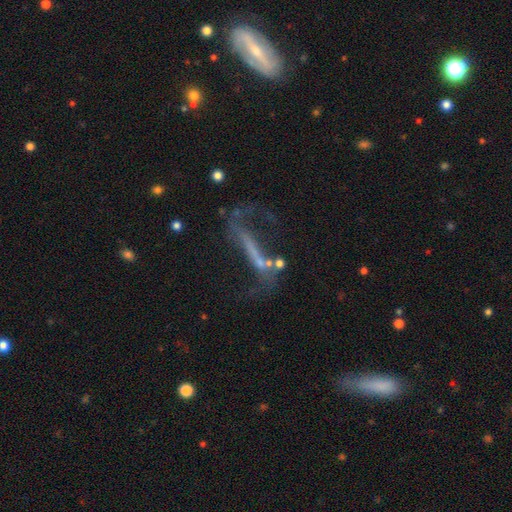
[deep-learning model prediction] smooth-or-featured: featured or disk: 65% | smooth: 20% | star or artifact: 16%
  disk-edge-on: no: 72% | yes: 28%
  merging: none: 37% | major disturbance: 33% | minor disturbance: 17% | merger: 13%